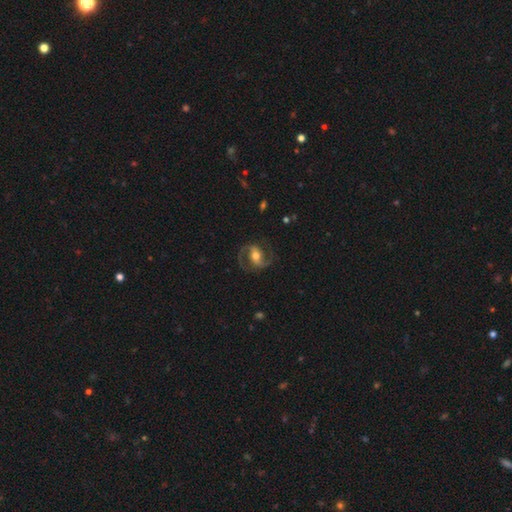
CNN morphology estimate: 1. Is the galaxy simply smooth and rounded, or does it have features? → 86% featured or disk, 9% smooth, 5% star or artifact.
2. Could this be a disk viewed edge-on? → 97% no, 3% yes.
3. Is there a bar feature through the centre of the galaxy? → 38% strong (tied), 38% weak (tied), 24% no.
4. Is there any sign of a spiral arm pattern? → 95% yes, 5% no.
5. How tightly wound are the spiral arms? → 58% medium, 25% loose, 17% tight.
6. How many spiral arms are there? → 92% 2, 2% can't tell, 2% 1, 1% 3, 1% 4, 1% more than 4.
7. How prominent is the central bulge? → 70% moderate, 18% small, 10% large, 1% none, 1% dominant.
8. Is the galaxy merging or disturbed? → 79% none, 12% minor disturbance, 8% major disturbance, 1% merger.